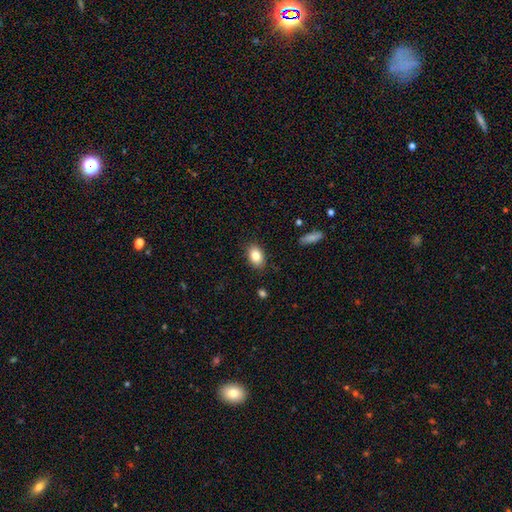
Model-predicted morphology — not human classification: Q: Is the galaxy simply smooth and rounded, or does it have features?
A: smooth — 83%.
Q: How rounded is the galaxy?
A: in between — 87%.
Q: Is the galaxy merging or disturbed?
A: none — 87%.